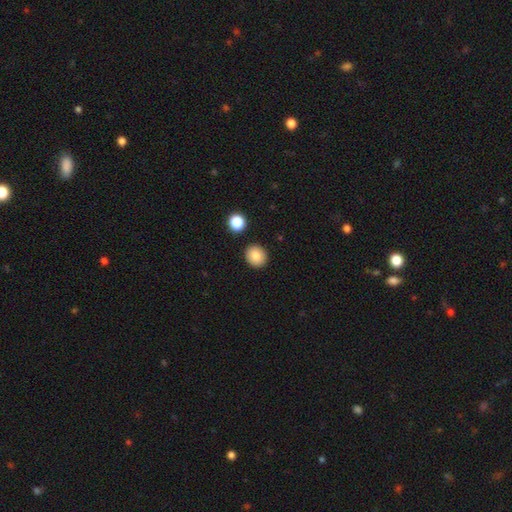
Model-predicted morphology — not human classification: The model was most divided on "how rounded": round: 80%, in between: 19%, cigar-shaped: 1%. More confident: merging — none (90%); smooth or featured — smooth (85%).